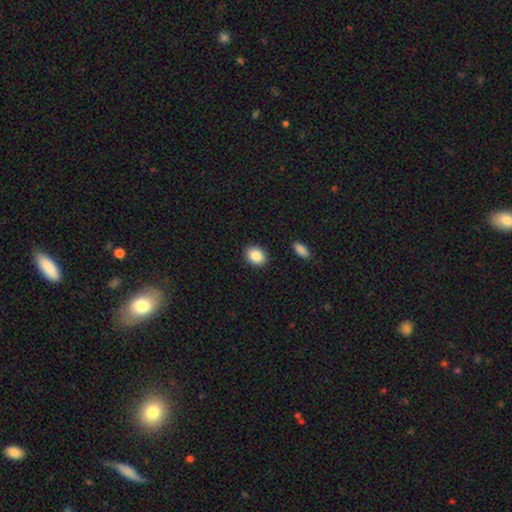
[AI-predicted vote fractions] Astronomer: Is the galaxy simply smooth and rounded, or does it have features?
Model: smooth — 87%.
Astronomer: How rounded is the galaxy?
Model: in between — 58% (runner-up: round, 41%).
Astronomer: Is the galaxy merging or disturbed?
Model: none — 89%.